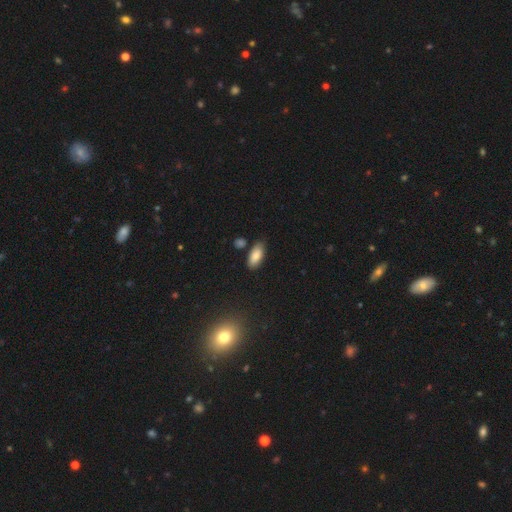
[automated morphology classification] Q: Smooth or featured?
A: smooth (82%); runner-up: featured or disk (10%)
Q: How rounded?
A: in between (89%); runner-up: cigar-shaped (8%)
Q: Merging?
A: none (76%); runner-up: minor disturbance (16%)